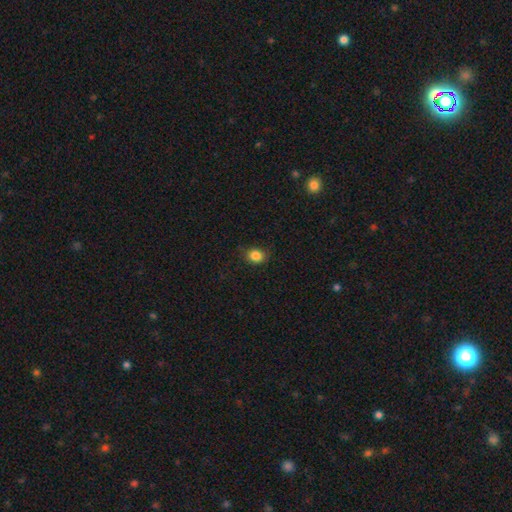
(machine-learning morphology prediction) This is clearly a smooth galaxy (85%). How rounded: likely round (60%). Merging: clearly none (82%).